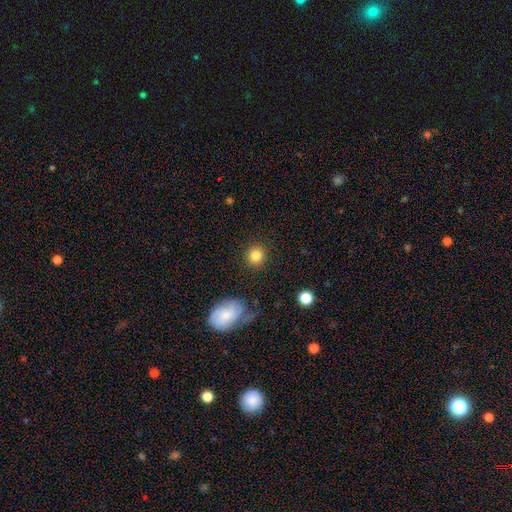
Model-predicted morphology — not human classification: The model was most divided on "smooth or featured": smooth: 83%, star or artifact: 10%, featured or disk: 7%. More confident: how rounded — round (90%); merging — none (89%).